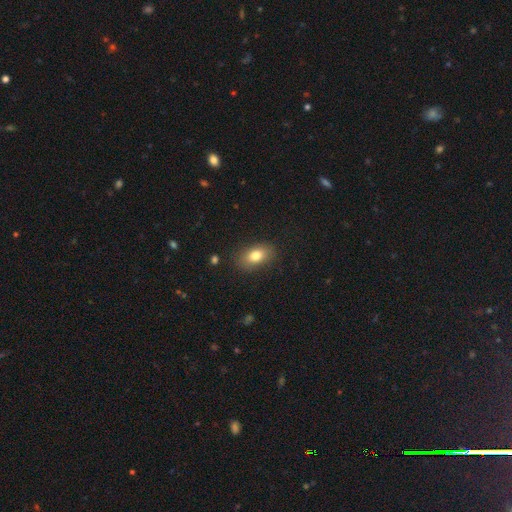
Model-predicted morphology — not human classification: A smooth galaxy with no disk features (79%) that is in between round and cigar-shaped (85%). Merging: none (84%).